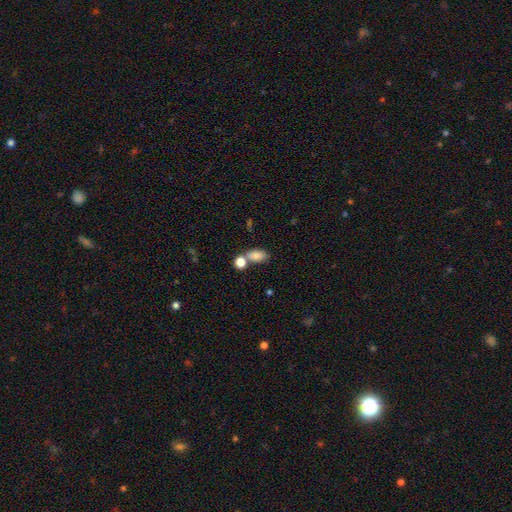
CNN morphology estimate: type=smooth (82%); roundness=in between (86%); merging=none (52%).